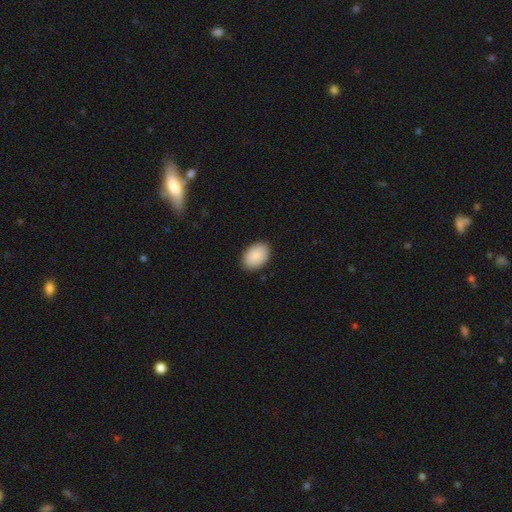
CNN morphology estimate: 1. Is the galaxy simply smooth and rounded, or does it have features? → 89% smooth, 6% star or artifact, 5% featured or disk.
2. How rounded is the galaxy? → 85% in between, 14% round, 1% cigar-shaped.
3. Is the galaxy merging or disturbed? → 89% none, 8% minor disturbance, 2% major disturbance, 1% merger.